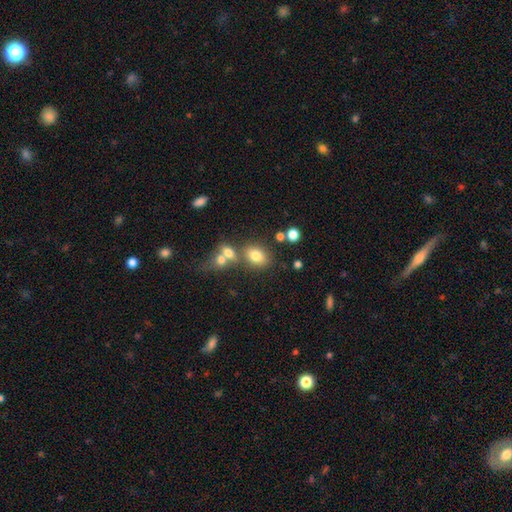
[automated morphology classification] This is likely a smooth galaxy (77%). How rounded: likely in between (66%). Merging: possibly none (58%).